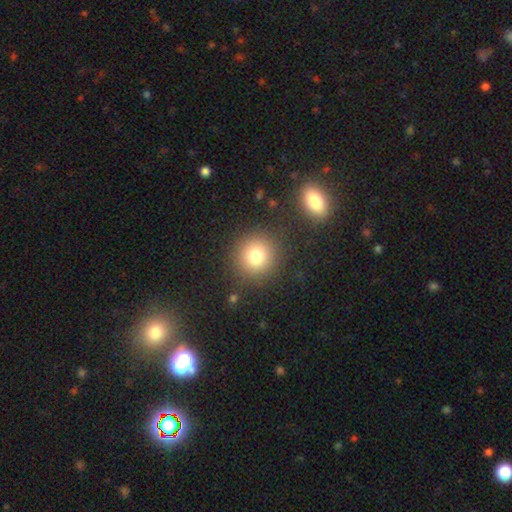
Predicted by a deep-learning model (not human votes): A smooth galaxy with no disk features (77%) that is round (93%). Merging: none (86%).